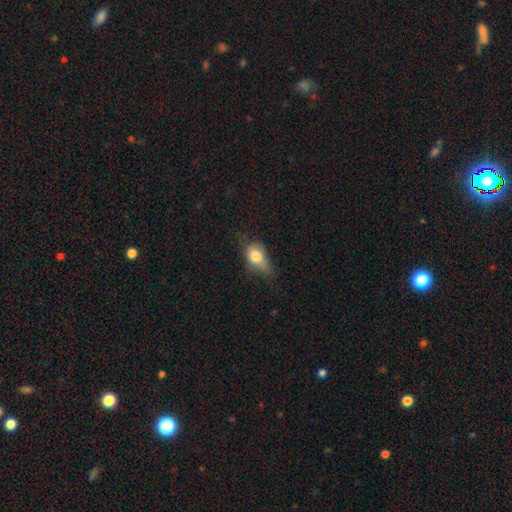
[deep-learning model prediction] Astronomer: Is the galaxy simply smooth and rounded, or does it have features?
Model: smooth — 74%.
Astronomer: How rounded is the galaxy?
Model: in between — 74%.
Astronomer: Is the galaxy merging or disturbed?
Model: minor disturbance — 37% (runner-up: none, 36%).